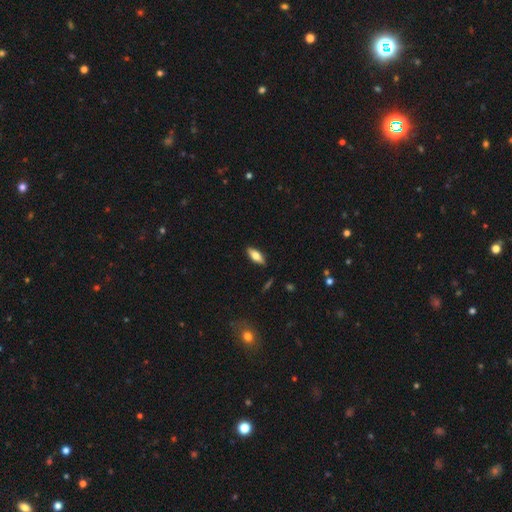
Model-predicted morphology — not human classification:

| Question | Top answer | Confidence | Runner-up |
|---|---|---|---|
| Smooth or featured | smooth | 64% | featured or disk (29%) |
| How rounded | in between | 70% | cigar-shaped (27%) |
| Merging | none | 87% | minor disturbance (10%) |